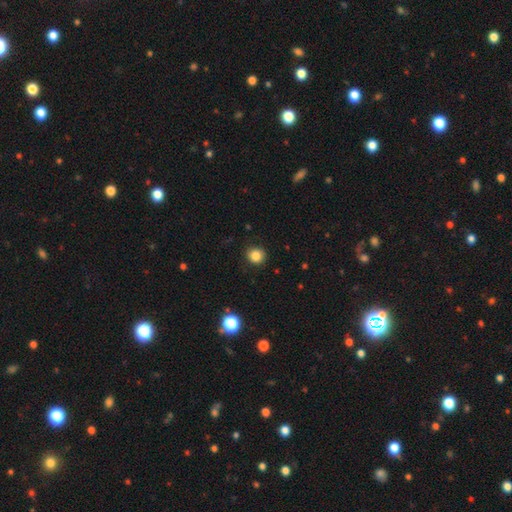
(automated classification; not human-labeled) Q: Smooth or featured?
A: smooth (84%); runner-up: star or artifact (11%)
Q: How rounded?
A: round (87%); runner-up: in between (12%)
Q: Merging?
A: none (88%); runner-up: minor disturbance (9%)